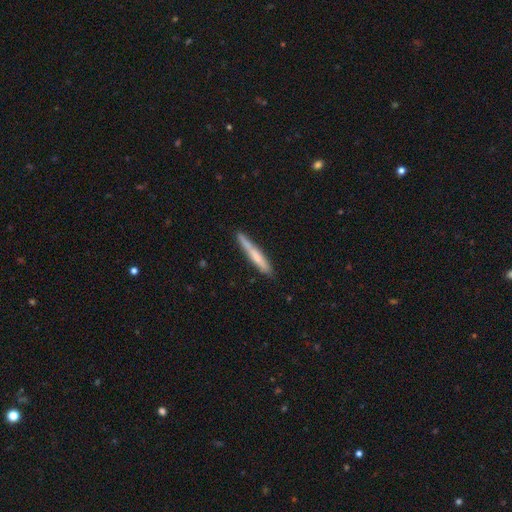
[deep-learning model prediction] A smooth galaxy with no disk features (61%) that is cigar-shaped (95%).

Vote fractions:
- Smooth or featured? smooth: 61% / featured or disk: 33% / star or artifact: 6%
- How rounded? cigar-shaped: 95% / in between: 4% / round: 1%
- Merging? none: 81% / minor disturbance: 14% / major disturbance: 2% / merger: 2%